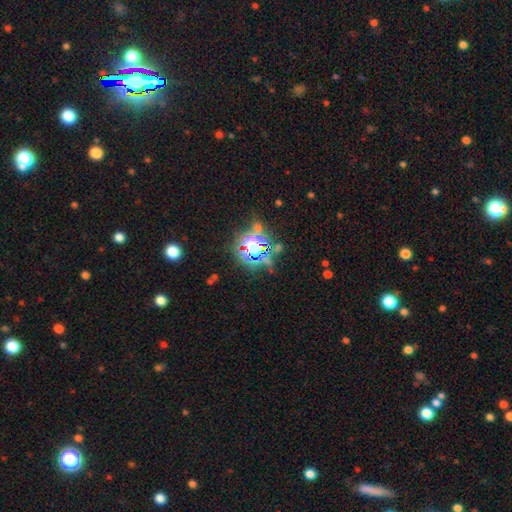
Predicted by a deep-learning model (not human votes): Overall: star or artifact (80%).